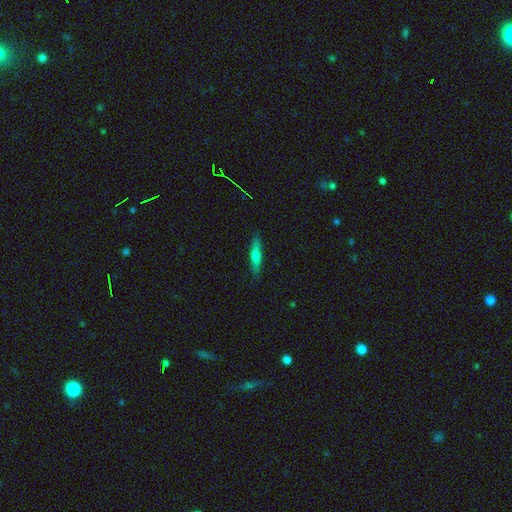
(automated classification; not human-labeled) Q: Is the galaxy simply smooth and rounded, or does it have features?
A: smooth — 58%.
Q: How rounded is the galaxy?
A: cigar-shaped — 85%.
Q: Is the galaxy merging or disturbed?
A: none — 88%.